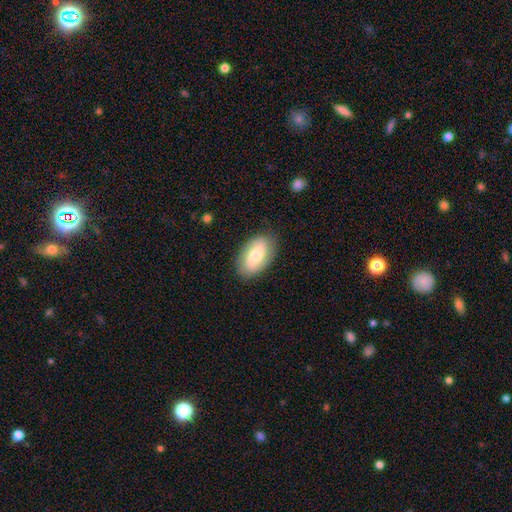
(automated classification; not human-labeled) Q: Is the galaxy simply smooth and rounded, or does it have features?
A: smooth — 57%.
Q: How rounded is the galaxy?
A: in between — 93%.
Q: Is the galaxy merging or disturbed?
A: none — 85%.